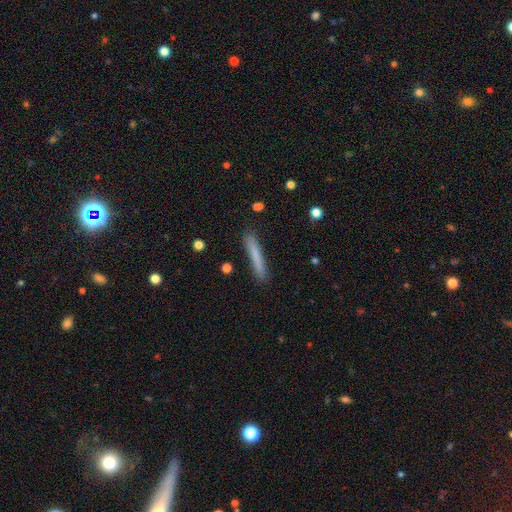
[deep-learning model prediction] smooth 77%, featured or disk 17%, star or artifact 6%. Down the decision tree: how rounded — cigar-shaped (95%); merging — none (86%).